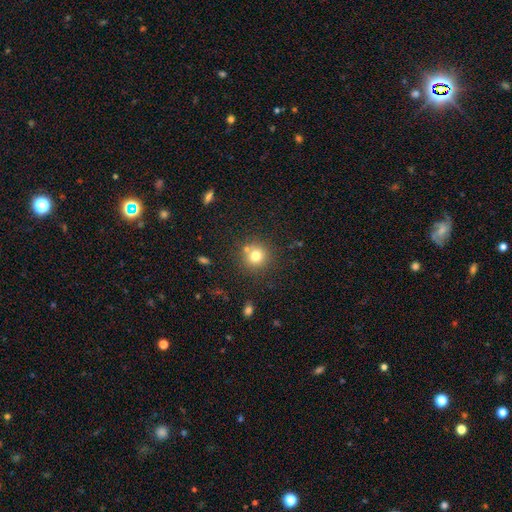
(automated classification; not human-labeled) Q: Smooth or featured?
A: smooth (75%); runner-up: star or artifact (14%)
Q: How rounded?
A: round (92%); runner-up: in between (7%)
Q: Merging?
A: none (72%); runner-up: merger (14%)